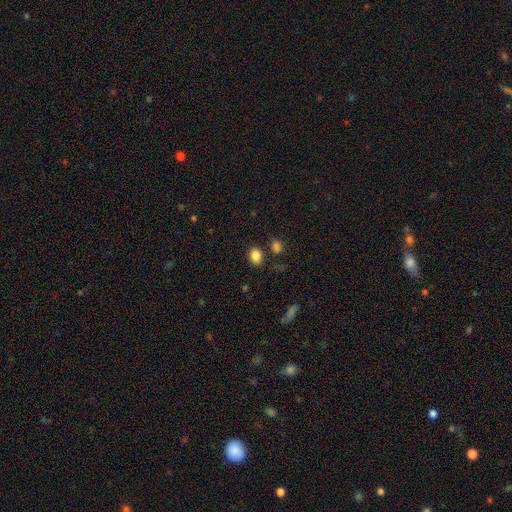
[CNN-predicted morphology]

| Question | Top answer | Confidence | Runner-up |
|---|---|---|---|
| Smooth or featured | smooth | 85% | star or artifact (10%) |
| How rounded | in between | 70% | round (29%) |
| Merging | none | 80% | minor disturbance (11%) |